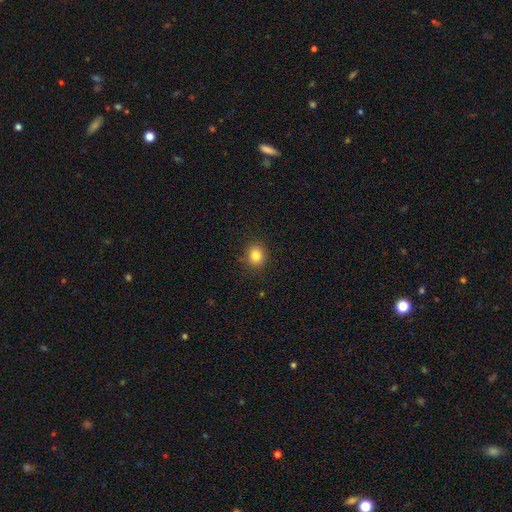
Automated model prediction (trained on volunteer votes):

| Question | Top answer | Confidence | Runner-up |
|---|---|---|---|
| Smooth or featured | smooth | 83% | star or artifact (11%) |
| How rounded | round | 77% | in between (23%) |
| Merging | none | 88% | minor disturbance (9%) |